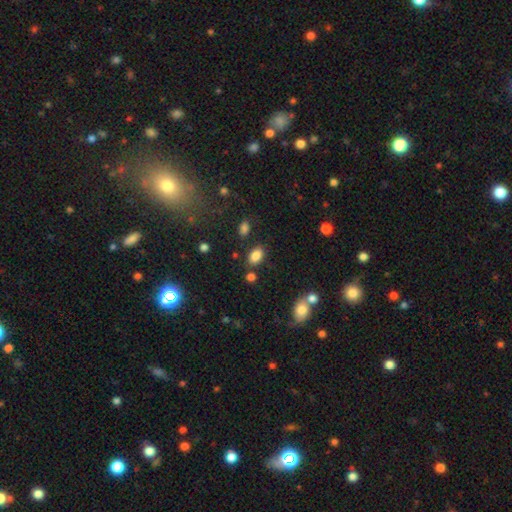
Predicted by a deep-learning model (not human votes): Overall: smooth (85%). How rounded: in between (88%). Merging: none (80%).